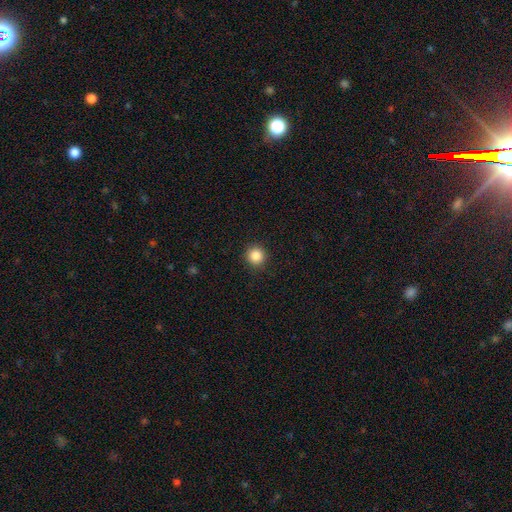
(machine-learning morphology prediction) Smooth or featured? smooth (86%)
How rounded? round (95%)
Merging? none (92%)